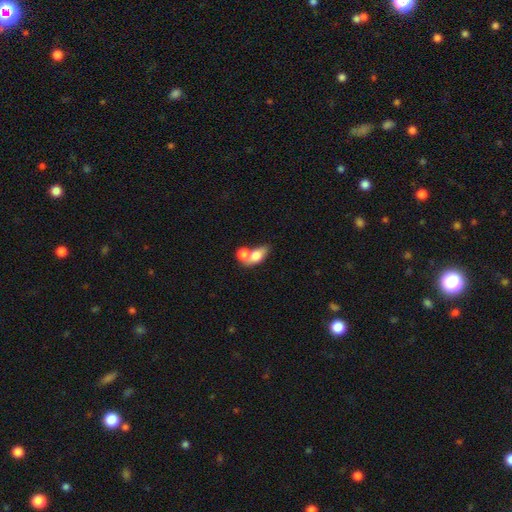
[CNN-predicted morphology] Smooth or featured: smooth — 72% (featured or disk — 21%)
How rounded: in between — 78% (round — 16%)
Merging: merger — 59% (none — 25%)